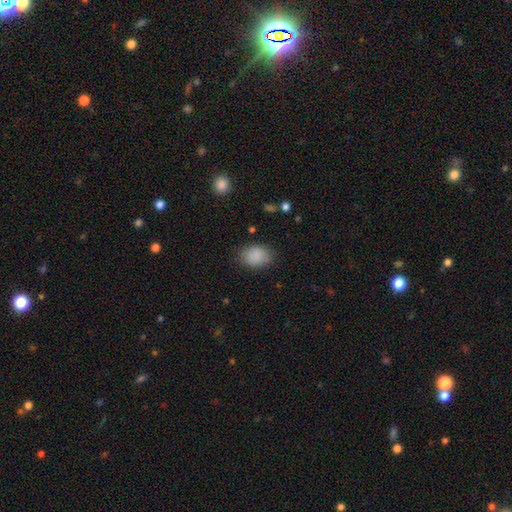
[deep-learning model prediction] smooth 86%, star or artifact 8%, featured or disk 6%. Down the decision tree: how rounded — in between (66%); merging — none (78%).